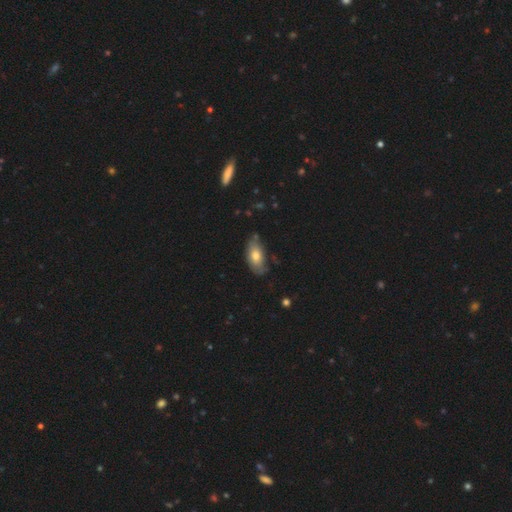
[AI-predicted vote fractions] A smooth galaxy with no disk features (74%) that is in between round and cigar-shaped (90%).

Vote fractions:
- Smooth or featured? smooth: 74% / featured or disk: 20% / star or artifact: 7%
- How rounded? in between: 90% / cigar-shaped: 6% / round: 4%
- Merging? none: 72% / minor disturbance: 21% / major disturbance: 4% / merger: 3%